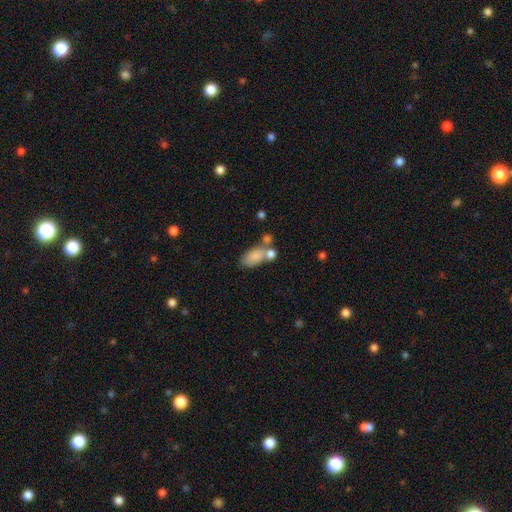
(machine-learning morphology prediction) smooth-or-featured: smooth: 79% | featured or disk: 12% | star or artifact: 9%
  how-rounded: in between: 87% | round: 7% | cigar-shaped: 6%
  merging: merger: 41% | none: 38% | minor disturbance: 14% | major disturbance: 8%